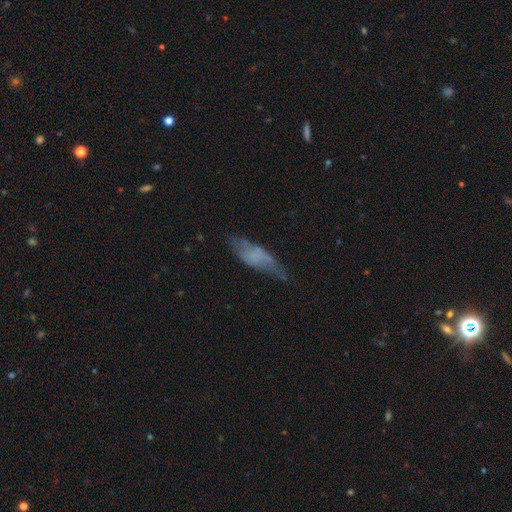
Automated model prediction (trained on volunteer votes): smooth_or_featured: smooth (p=0.47) [alt: featured or disk p=0.43]
merging: none (p=0.47) [alt: minor disturbance p=0.30]